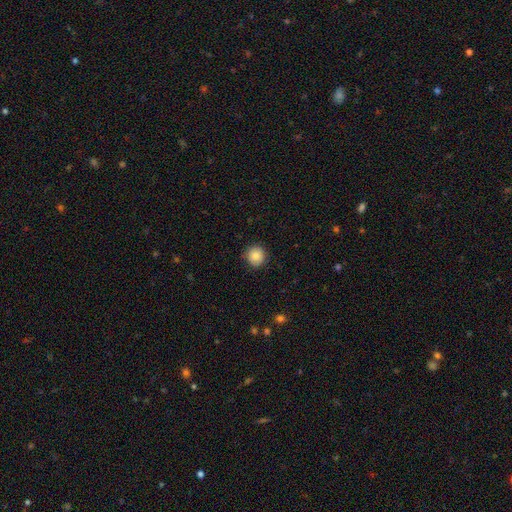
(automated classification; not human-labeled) This is clearly a smooth galaxy (84%). How rounded: clearly round (91%). Merging: clearly none (89%).